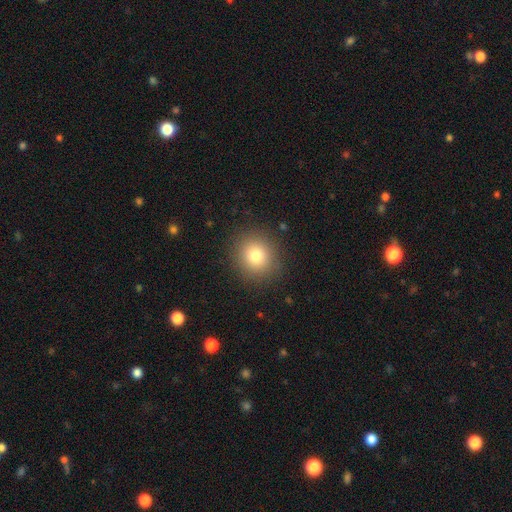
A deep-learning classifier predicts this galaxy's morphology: A smooth galaxy with no disk features (79%) that is round (88%).

Vote fractions:
- Smooth or featured? smooth: 79% / star or artifact: 12% / featured or disk: 9%
- How rounded? round: 88% / in between: 11% / cigar-shaped: 1%
- Merging? none: 89% / minor disturbance: 7% / major disturbance: 3% / merger: 1%